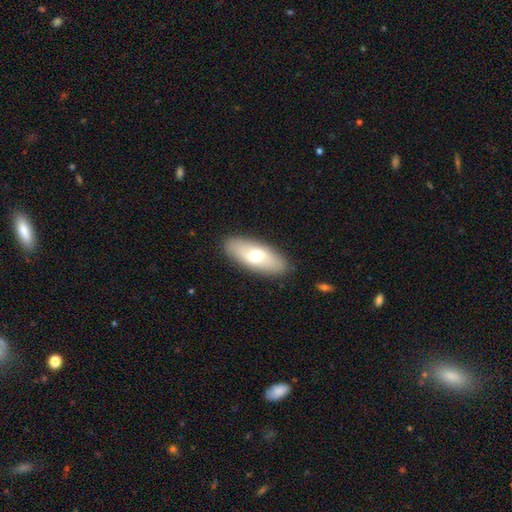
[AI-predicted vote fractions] Smooth or featured? Predicted: smooth (p=0.62). How rounded? Predicted: in between (p=0.78). Merging? Predicted: none (p=0.89).